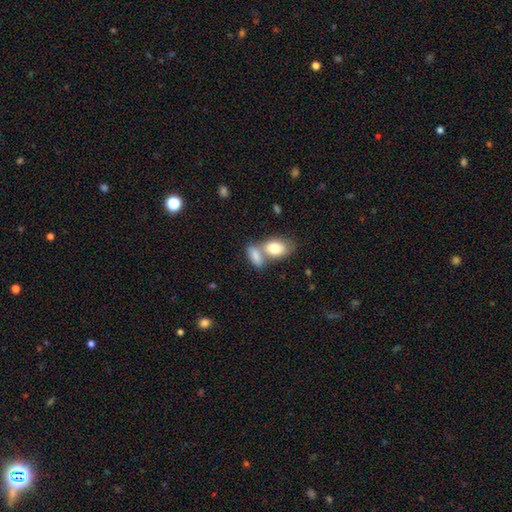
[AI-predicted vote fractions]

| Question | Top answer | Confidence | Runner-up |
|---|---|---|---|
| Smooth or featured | smooth | 82% | featured or disk (12%) |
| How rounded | in between | 87% | round (7%) |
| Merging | merger | 54% | none (33%) |